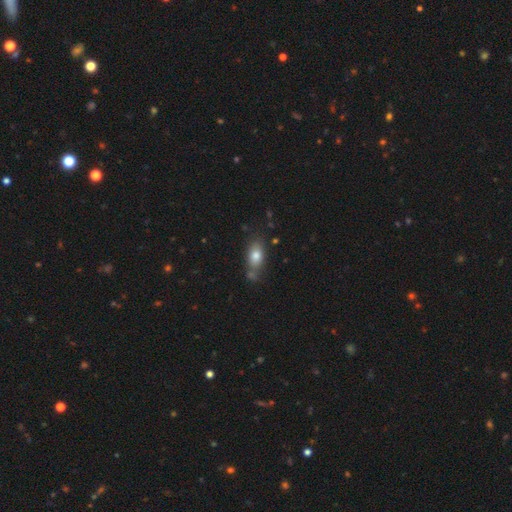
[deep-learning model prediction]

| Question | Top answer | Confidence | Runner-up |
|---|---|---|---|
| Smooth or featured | smooth | 79% | featured or disk (12%) |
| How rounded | in between | 84% | round (10%) |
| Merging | none | 64% | minor disturbance (19%) |